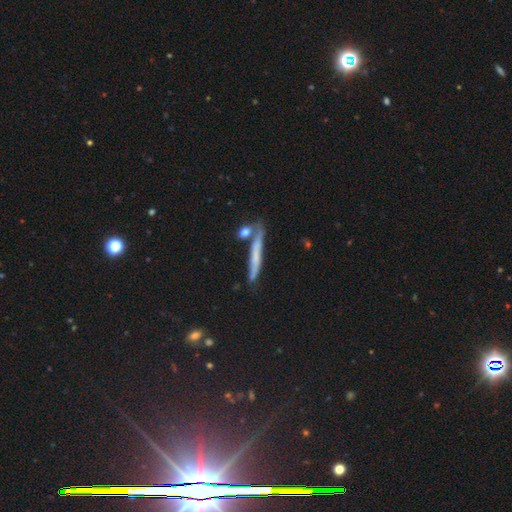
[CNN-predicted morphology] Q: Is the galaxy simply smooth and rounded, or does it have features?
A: smooth — 52%.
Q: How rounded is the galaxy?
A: cigar-shaped — 93%.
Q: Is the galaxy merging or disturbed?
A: none — 69%.